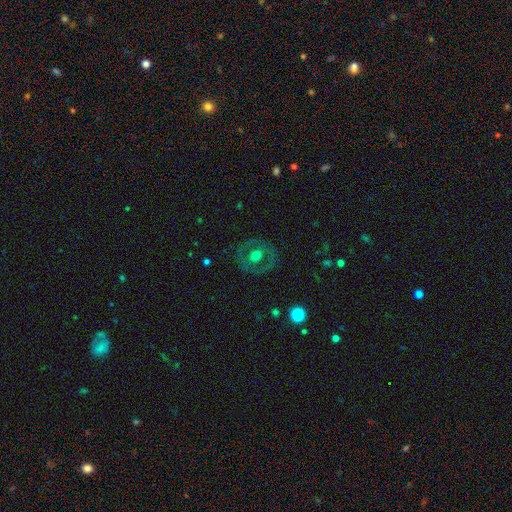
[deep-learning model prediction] featured or disk 51%, smooth 41%, star or artifact 8%. Down the decision tree: edge-on disk — no (95%); merging — none (81%).